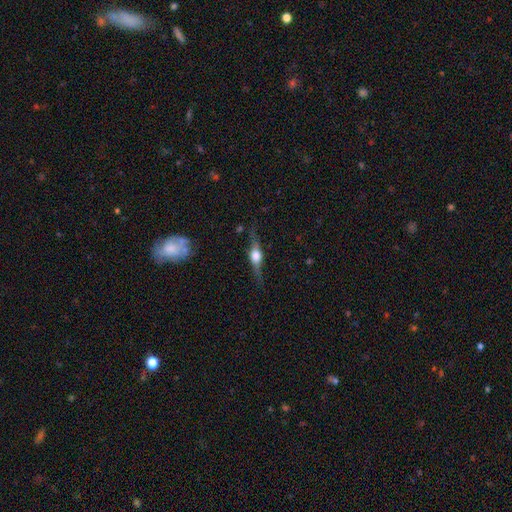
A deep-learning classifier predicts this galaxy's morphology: A featured or disk galaxy (76%) viewed edge-on (96%) with a rounded central bulge (93%).

Vote fractions:
- Smooth or featured? featured or disk: 76% / smooth: 17% / star or artifact: 7%
- Edge-on disk? yes: 96% / no: 4%
- Edge-on bulge? rounded: 93% / boxy: 6% / none: 1%
- Merging? none: 83% / minor disturbance: 12% / major disturbance: 3% / merger: 2%